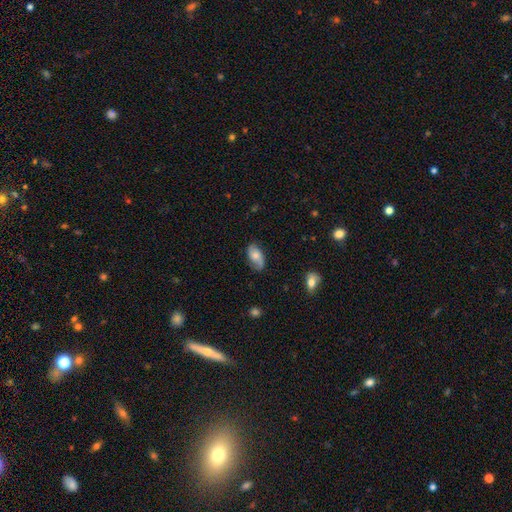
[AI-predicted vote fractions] smooth_or_featured: smooth (p=0.55) [alt: featured or disk p=0.38]
how_rounded: in between (p=0.92) [alt: round p=0.05]
merging: none (p=0.67) [alt: minor disturbance p=0.25]